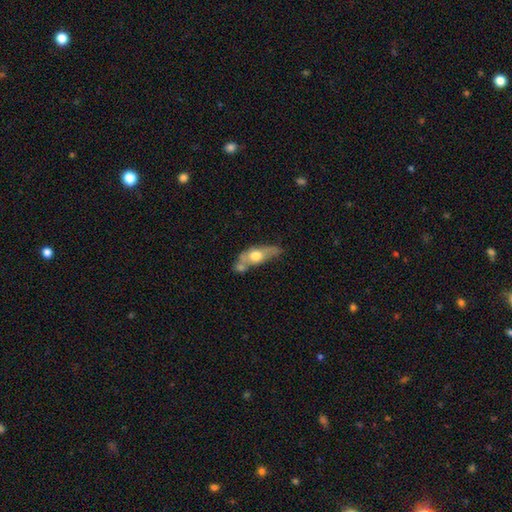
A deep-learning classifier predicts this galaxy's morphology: Smooth or featured? featured or disk (48%)
Merging? none (36%)